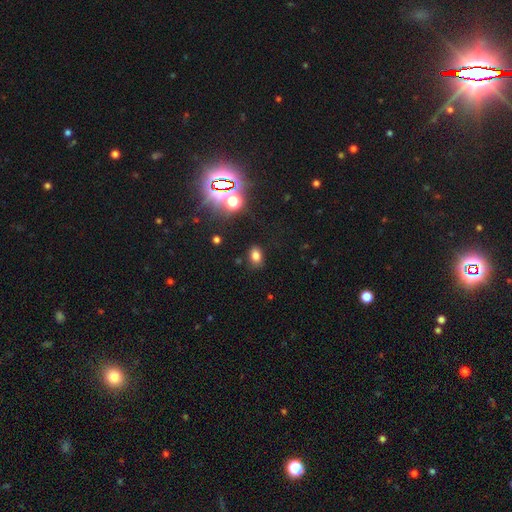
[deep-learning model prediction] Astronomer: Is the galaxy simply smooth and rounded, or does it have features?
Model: smooth — 74%.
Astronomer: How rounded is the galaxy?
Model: in between — 75%.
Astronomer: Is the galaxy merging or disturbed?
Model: none — 82%.